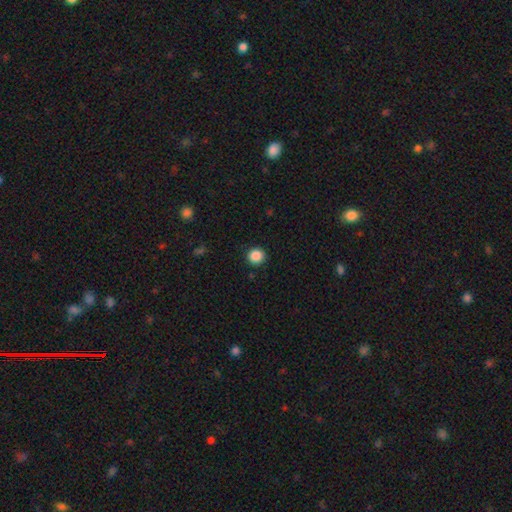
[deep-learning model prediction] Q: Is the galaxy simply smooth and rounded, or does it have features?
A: smooth — 87%.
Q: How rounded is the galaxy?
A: round — 92%.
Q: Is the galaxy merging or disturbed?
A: none — 91%.